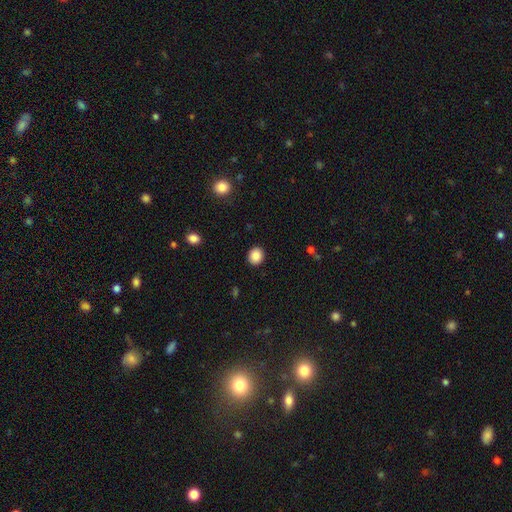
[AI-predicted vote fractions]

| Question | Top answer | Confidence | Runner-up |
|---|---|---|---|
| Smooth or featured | smooth | 88% | star or artifact (9%) |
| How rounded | round | 72% | in between (28%) |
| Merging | none | 91% | minor disturbance (6%) |